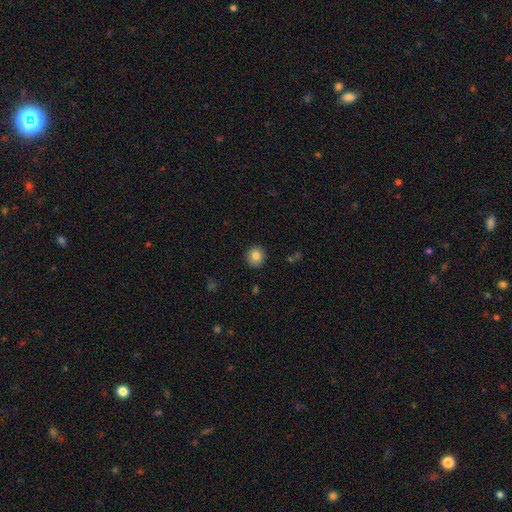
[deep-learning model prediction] This is clearly a smooth galaxy (83%). How rounded: clearly round (90%). Merging: clearly none (91%).